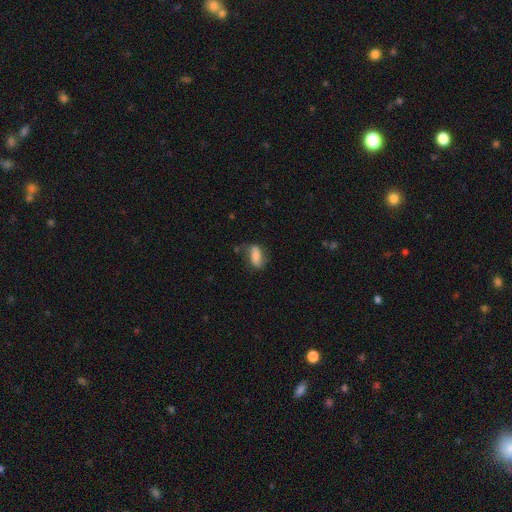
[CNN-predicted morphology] smooth-or-featured: smooth: 72% | featured or disk: 20% | star or artifact: 8%
  how-rounded: in between: 82% | cigar-shaped: 13% | round: 5%
  merging: none: 62% | minor disturbance: 26% | major disturbance: 9% | merger: 3%